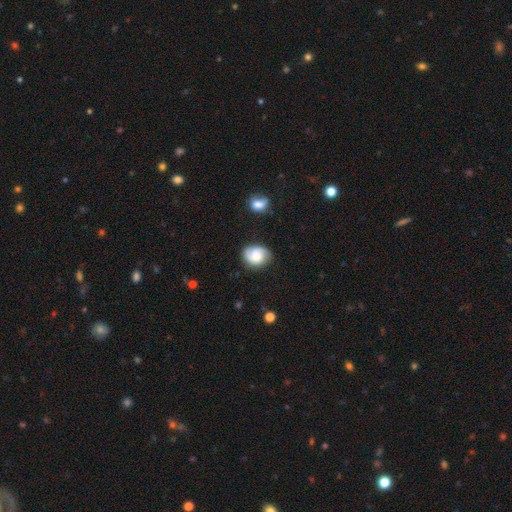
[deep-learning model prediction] A smooth galaxy with no disk features (50%) that is round (56%).

Vote fractions:
- Smooth or featured? smooth: 50% / featured or disk: 41% / star or artifact: 9%
- How rounded? round: 56% / in between: 43% / cigar-shaped: 1%
- Merging? none: 74% / minor disturbance: 19% / major disturbance: 5% / merger: 3%